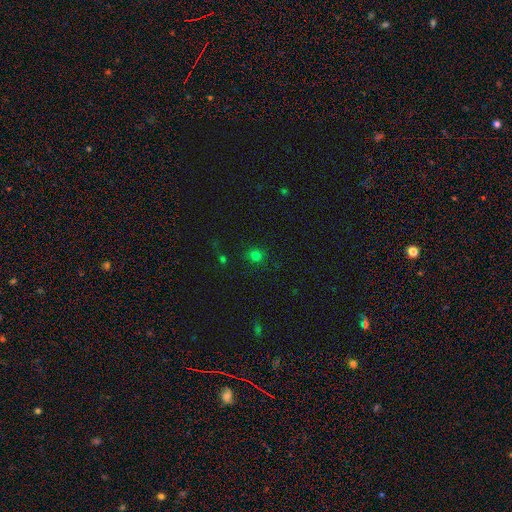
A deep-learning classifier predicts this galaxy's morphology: type=smooth (75%); roundness=round (87%); merging=none (86%).